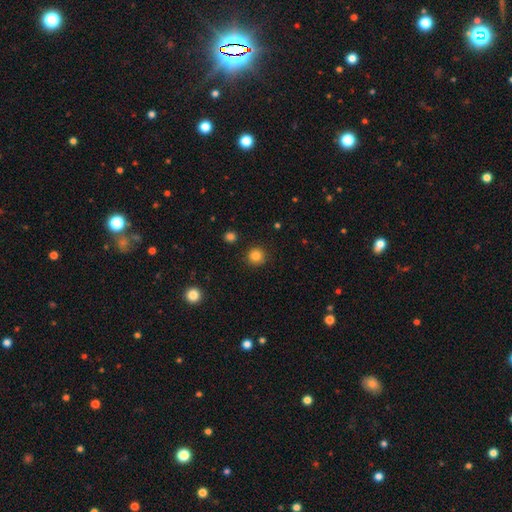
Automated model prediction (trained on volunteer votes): smooth 84%, star or artifact 12%, featured or disk 5%. Down the decision tree: how rounded — round (94%); merging — none (91%).